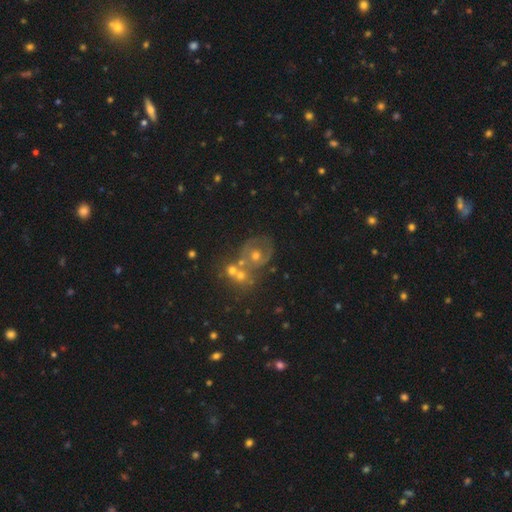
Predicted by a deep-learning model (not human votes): smooth-or-featured: featured or disk: 51% | smooth: 35% | star or artifact: 14%
  disk-edge-on: no: 96% | yes: 4%
  merging: none: 42% | merger: 30% | minor disturbance: 17% | major disturbance: 11%